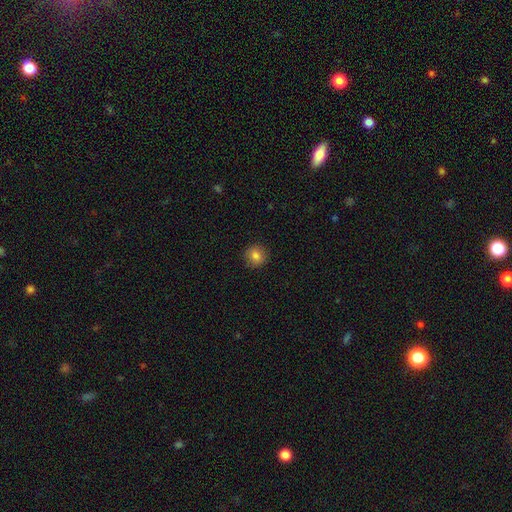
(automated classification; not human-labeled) Smooth or featured: smooth — 83% (star or artifact — 10%)
How rounded: round — 92% (in between — 7%)
Merging: none — 91% (minor disturbance — 6%)